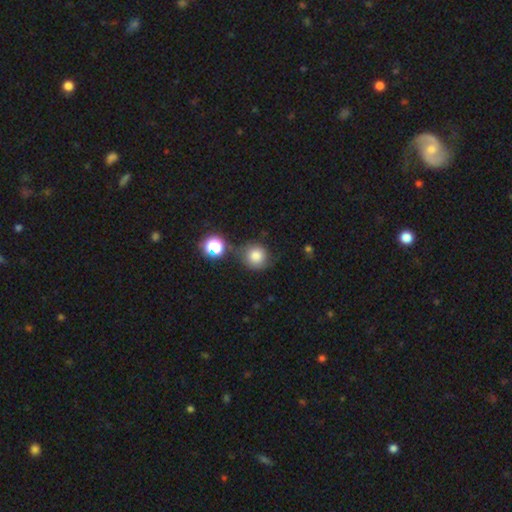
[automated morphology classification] Overall: smooth (79%). How rounded: round (90%). Merging: none (69%).